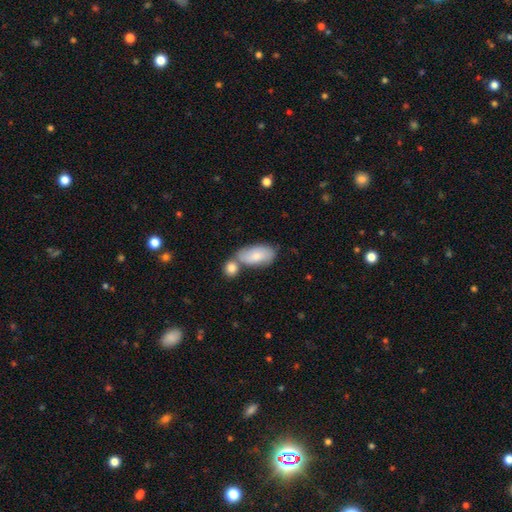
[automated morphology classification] Q: Smooth or featured?
A: smooth (76%); runner-up: featured or disk (19%)
Q: How rounded?
A: in between (92%); runner-up: cigar-shaped (5%)
Q: Merging?
A: none (47%); runner-up: merger (34%)